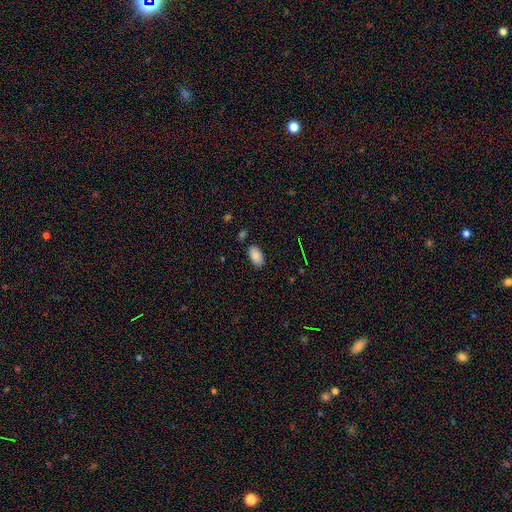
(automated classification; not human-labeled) A smooth galaxy with no disk features (86%) that is in between round and cigar-shaped (94%).

Vote fractions:
- Smooth or featured? smooth: 86% / star or artifact: 8% / featured or disk: 5%
- How rounded? in between: 94% / round: 4% / cigar-shaped: 2%
- Merging? none: 84% / minor disturbance: 11% / major disturbance: 2% / merger: 2%